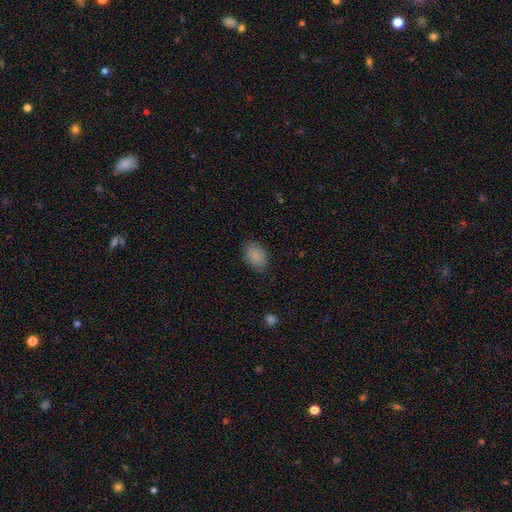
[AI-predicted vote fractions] smooth 87%, star or artifact 8%, featured or disk 5%. Down the decision tree: how rounded — in between (83%); merging — none (82%).